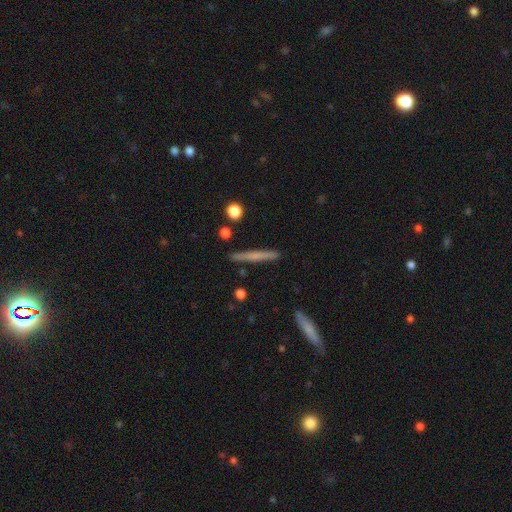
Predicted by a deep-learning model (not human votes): Smooth or featured?
  - smooth: 57% *
  - featured or disk: 37%
  - star or artifact: 7%
How rounded?
  - cigar-shaped: 95% *
  - in between: 3%
  - round: 2%
Merging?
  - none: 89% *
  - minor disturbance: 7%
  - merger: 2%
  - major disturbance: 2%